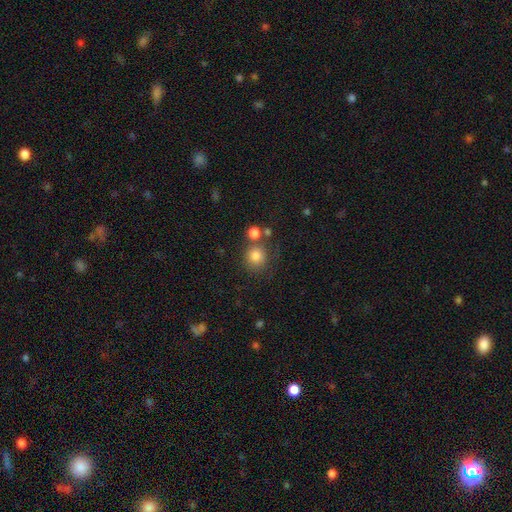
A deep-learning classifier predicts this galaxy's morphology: This is clearly a smooth galaxy (82%). How rounded: clearly round (88%). Merging: likely none (68%).